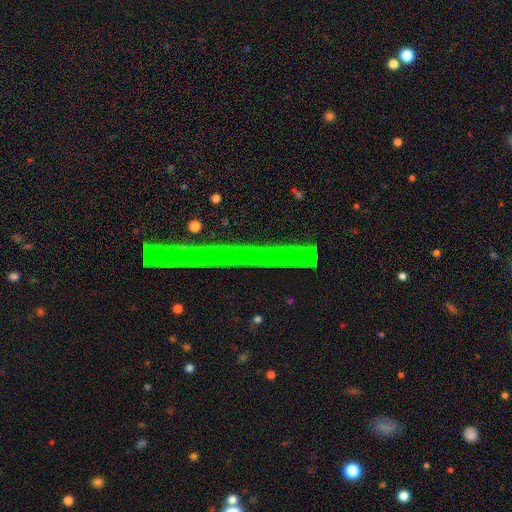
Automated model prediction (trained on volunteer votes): This is likely a star or artifact rather than a galaxy (76%).